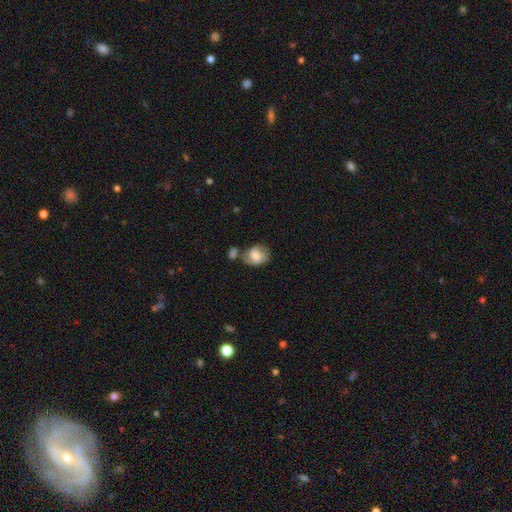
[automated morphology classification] Smooth or featured? Predicted: smooth (p=0.66). How rounded? Predicted: in between (p=0.56). Merging? Predicted: none (p=0.43).